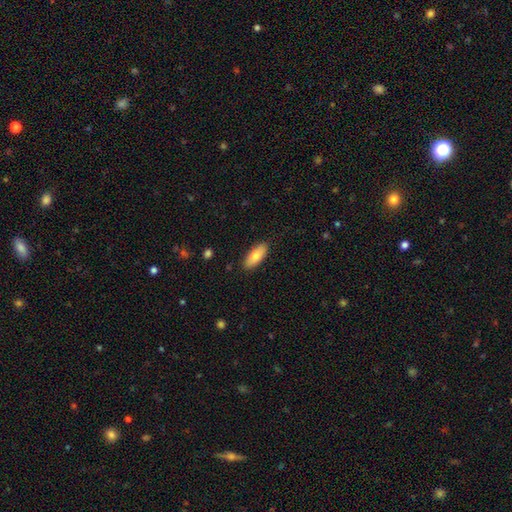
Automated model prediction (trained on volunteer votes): This is likely a smooth galaxy (76%). How rounded: likely in between (79%). Merging: clearly none (88%).